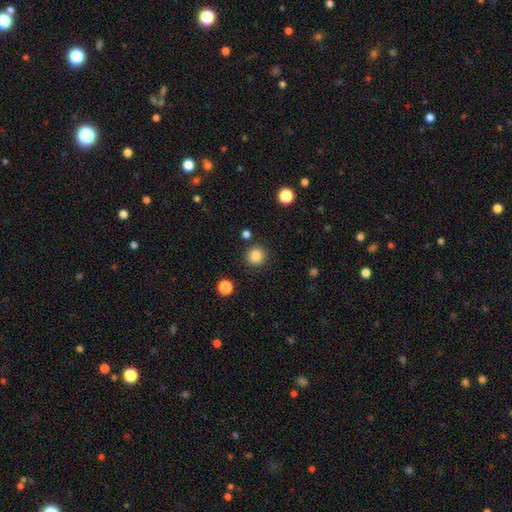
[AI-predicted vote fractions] Overall: smooth (85%). How rounded: round (93%). Merging: none (89%).